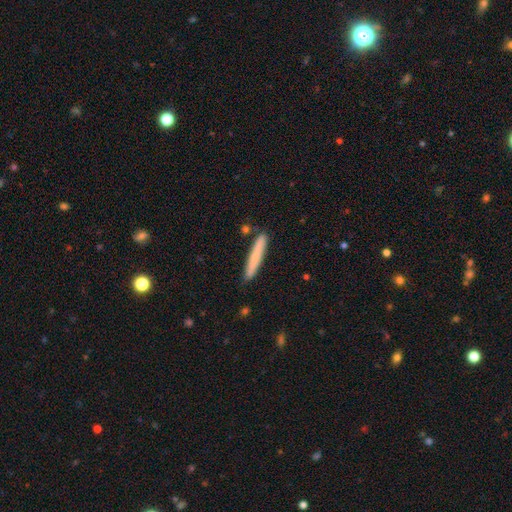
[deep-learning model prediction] Smooth or featured?
  - smooth: 74% *
  - featured or disk: 20%
  - star or artifact: 6%
How rounded?
  - cigar-shaped: 95% *
  - in between: 4%
  - round: 1%
Merging?
  - none: 86% *
  - minor disturbance: 9%
  - merger: 3%
  - major disturbance: 2%